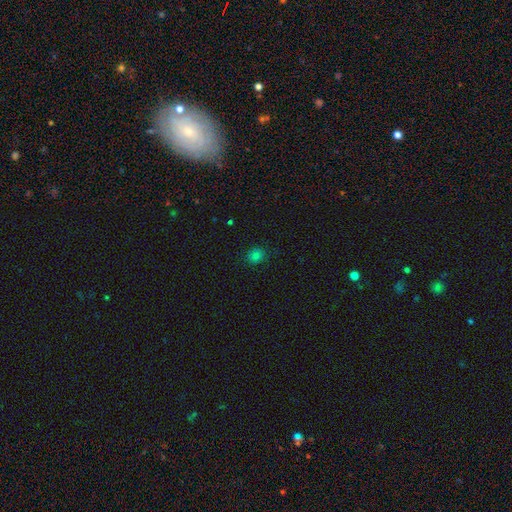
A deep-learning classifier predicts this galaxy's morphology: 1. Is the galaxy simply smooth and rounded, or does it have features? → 80% smooth, 16% star or artifact, 5% featured or disk.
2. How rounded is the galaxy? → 79% round, 20% in between, 1% cigar-shaped.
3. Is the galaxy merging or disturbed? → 86% none, 10% minor disturbance, 3% major disturbance, 1% merger.